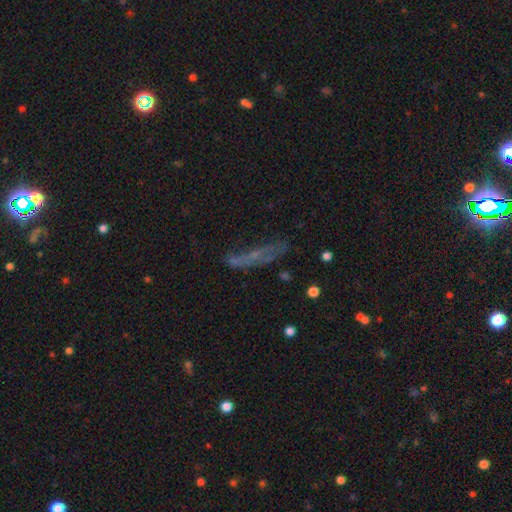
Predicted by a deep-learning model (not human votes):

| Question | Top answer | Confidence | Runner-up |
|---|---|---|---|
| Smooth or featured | smooth | 42% | featured or disk (38%) |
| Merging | none | 50% | minor disturbance (23%) |